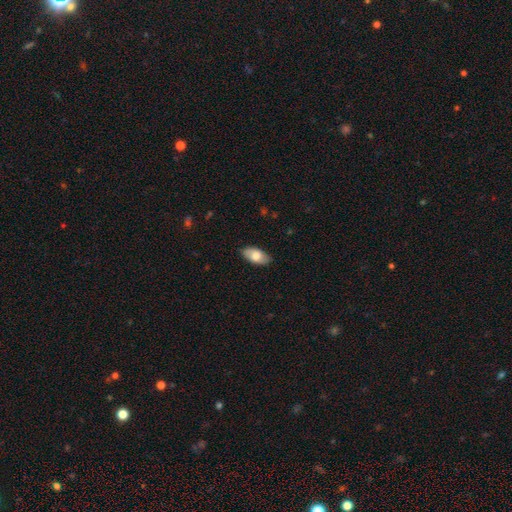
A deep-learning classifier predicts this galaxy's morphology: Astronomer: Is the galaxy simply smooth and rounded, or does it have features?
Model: smooth — 75%.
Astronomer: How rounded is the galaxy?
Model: in between — 93%.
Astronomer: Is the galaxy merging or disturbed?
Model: none — 85%.